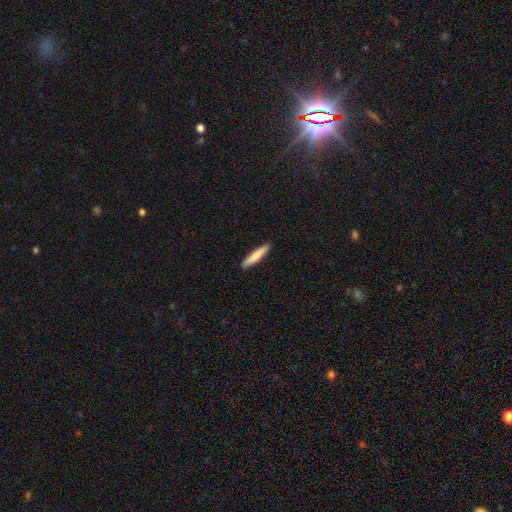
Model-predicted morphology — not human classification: This appears to be a smooth galaxy with no disk features (82%) that is cigar-shaped (89%). Merging: none (91%).